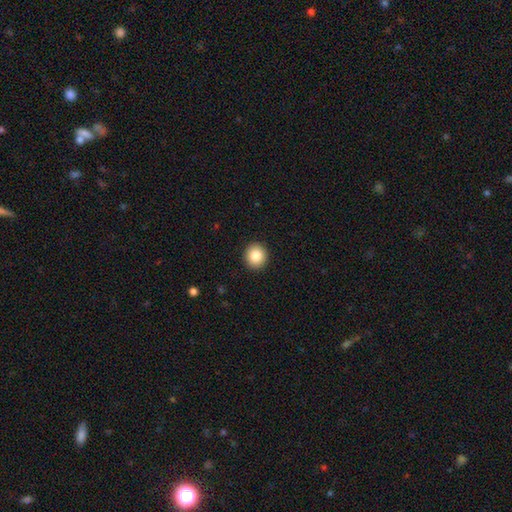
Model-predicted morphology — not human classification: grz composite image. It shows a smooth galaxy with no disk features (85%) that is round (89%). Merging: none (93%).